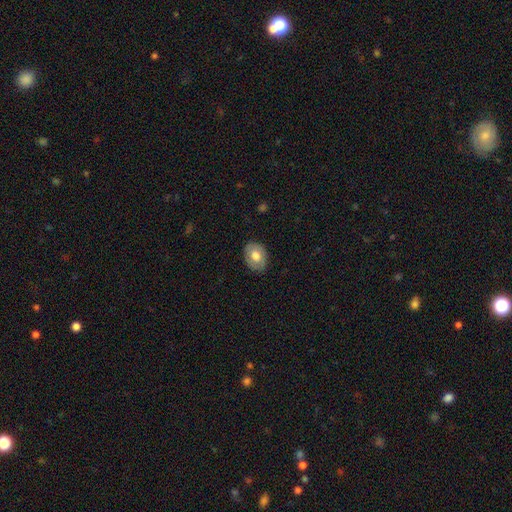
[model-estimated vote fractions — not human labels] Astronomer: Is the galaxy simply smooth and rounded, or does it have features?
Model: smooth — 69%.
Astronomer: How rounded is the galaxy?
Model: in between — 68%.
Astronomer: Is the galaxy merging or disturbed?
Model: none — 83%.